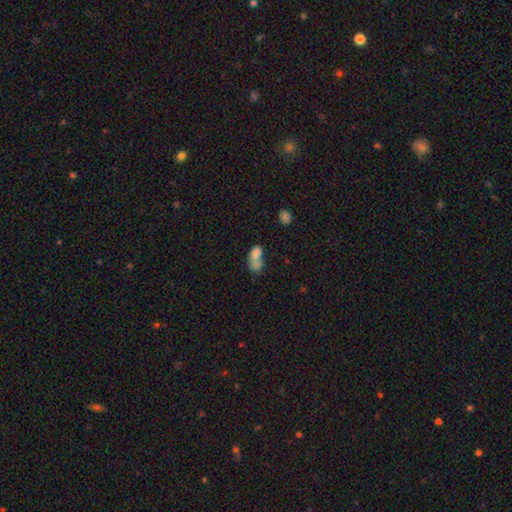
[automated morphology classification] Smooth or featured? Predicted: smooth (p=0.74). How rounded? Predicted: in between (p=0.82). Merging? Predicted: merger (p=0.50).